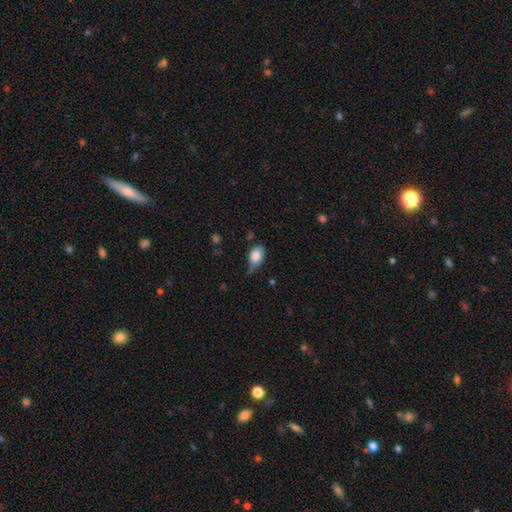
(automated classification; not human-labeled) A smooth galaxy with no disk features (83%) that is in between round and cigar-shaped (84%).

Vote fractions:
- Smooth or featured? smooth: 83% / featured or disk: 9% / star or artifact: 8%
- How rounded? in between: 84% / round: 14% / cigar-shaped: 2%
- Merging? none: 43% (tied) / minor disturbance: 43% (tied) / major disturbance: 11% / merger: 4%